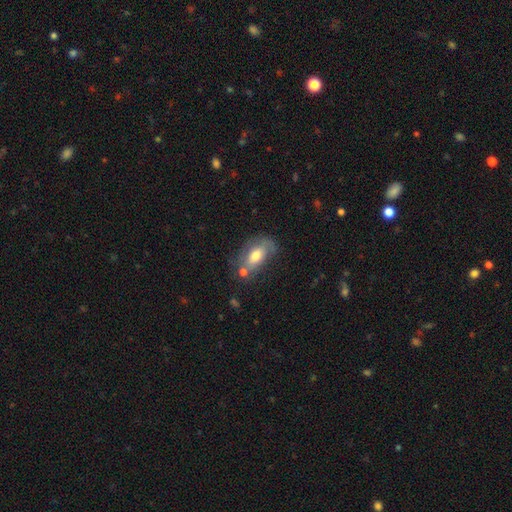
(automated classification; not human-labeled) Smooth or featured: smooth — 56% (featured or disk — 36%)
How rounded: in between — 87% (round — 7%)
Merging: none — 49% (minor disturbance — 25%)